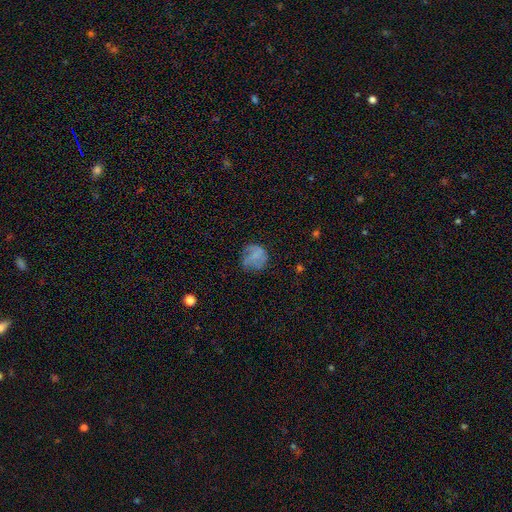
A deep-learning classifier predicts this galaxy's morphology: This is likely a smooth galaxy (60%). How rounded: clearly round (80%). Merging: possibly none (59%).